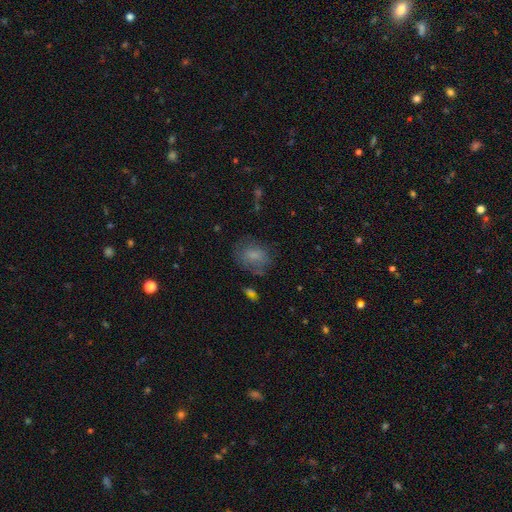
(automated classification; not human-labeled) Smooth or featured?
  - smooth: 69% *
  - featured or disk: 21%
  - star or artifact: 11%
How rounded?
  - in between: 57% *
  - round: 41%
  - cigar-shaped: 1%
Merging?
  - none: 63% *
  - minor disturbance: 22%
  - major disturbance: 13%
  - merger: 3%